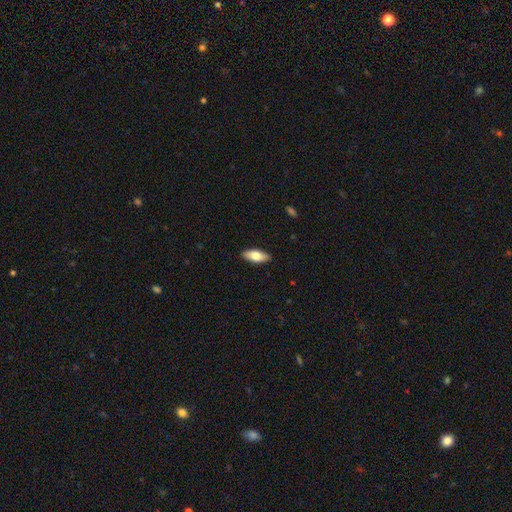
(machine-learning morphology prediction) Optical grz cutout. It shows a smooth galaxy with no disk features (73%) that is in between round and cigar-shaped (81%). Merging: none (89%).